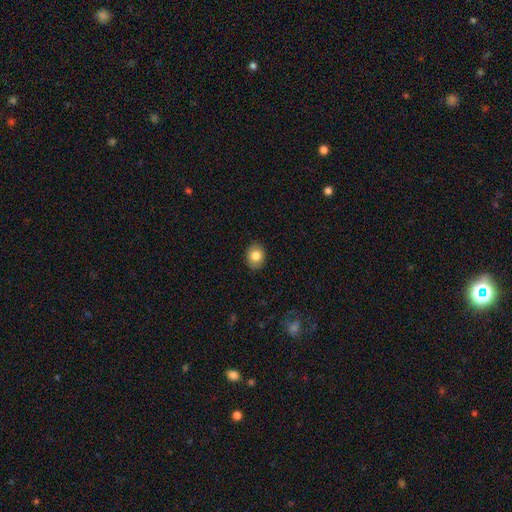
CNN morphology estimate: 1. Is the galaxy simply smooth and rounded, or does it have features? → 82% smooth, 9% featured or disk, 9% star or artifact.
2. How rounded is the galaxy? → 53% in between, 46% round, 1% cigar-shaped.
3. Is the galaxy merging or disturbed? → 88% none, 9% minor disturbance, 2% major disturbance, 1% merger.